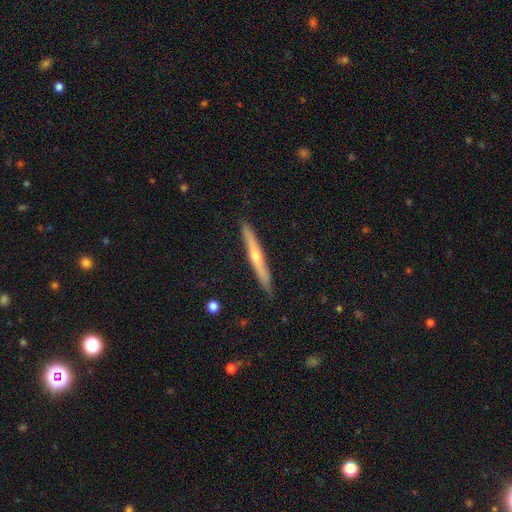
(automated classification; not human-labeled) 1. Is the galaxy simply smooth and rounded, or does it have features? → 58% featured or disk, 36% smooth, 6% star or artifact.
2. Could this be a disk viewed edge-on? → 95% yes, 5% no.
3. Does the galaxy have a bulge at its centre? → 71% rounded, 26% none, 3% boxy.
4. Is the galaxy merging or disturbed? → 88% none, 9% minor disturbance, 2% major disturbance, 1% merger.